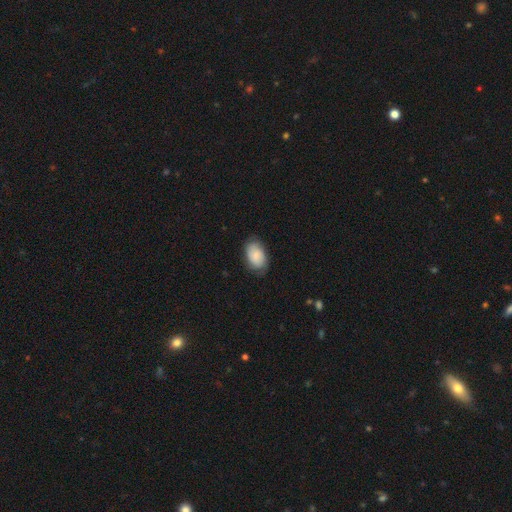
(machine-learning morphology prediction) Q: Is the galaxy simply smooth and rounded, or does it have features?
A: smooth — 67%.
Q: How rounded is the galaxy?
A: in between — 89%.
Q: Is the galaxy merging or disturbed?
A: none — 71%.